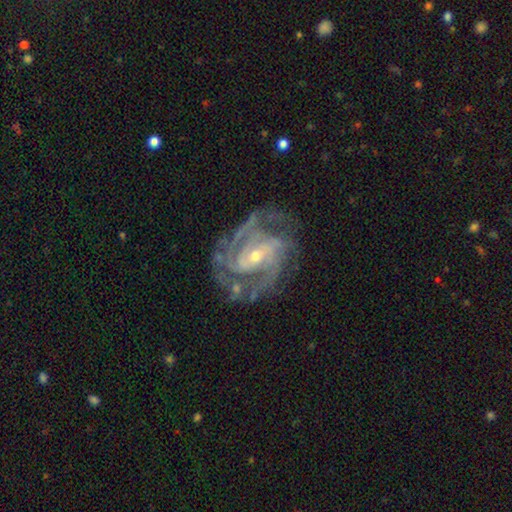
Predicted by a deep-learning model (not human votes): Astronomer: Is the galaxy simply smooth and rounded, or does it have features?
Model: featured or disk — 91%.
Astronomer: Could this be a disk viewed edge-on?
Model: no — 97%.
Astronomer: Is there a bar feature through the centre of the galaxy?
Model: weak — 42% (runner-up: no, 38%).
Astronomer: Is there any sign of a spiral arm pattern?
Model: yes — 98%.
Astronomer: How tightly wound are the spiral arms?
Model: tight — 53% (runner-up: medium, 40%).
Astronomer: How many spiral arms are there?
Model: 3 — 32% (runner-up: 2, 27%).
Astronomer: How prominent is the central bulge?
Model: small — 56% (runner-up: moderate, 41%).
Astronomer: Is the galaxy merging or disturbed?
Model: none — 67%.